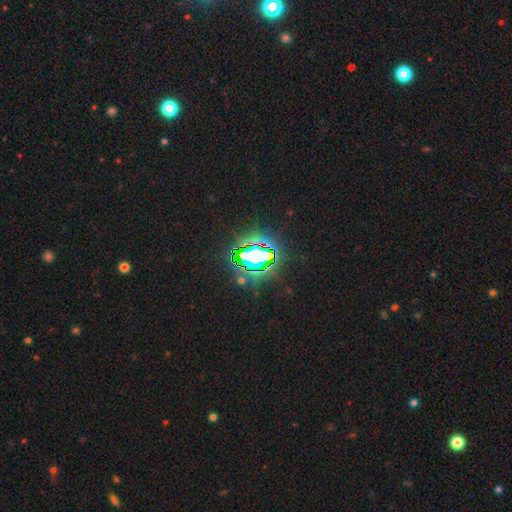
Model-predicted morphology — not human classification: Smooth or featured? Predicted: star or artifact (p=0.78).